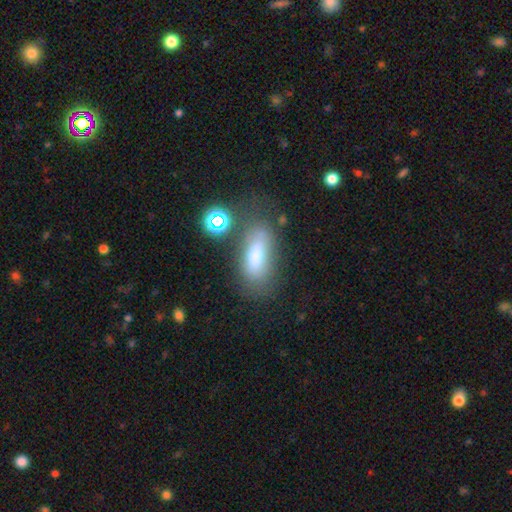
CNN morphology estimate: smooth 68%, featured or disk 19%, star or artifact 13%. Down the decision tree: how rounded — in between (77%); merging — none (61%).